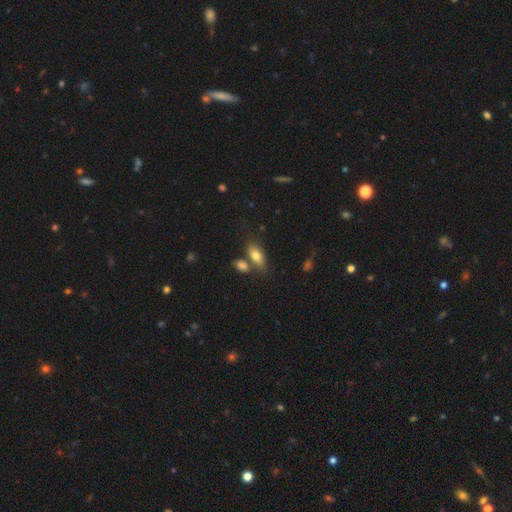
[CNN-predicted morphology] A smooth galaxy with no disk features (78%) that is in between round and cigar-shaped (85%). Merging: none (57%).